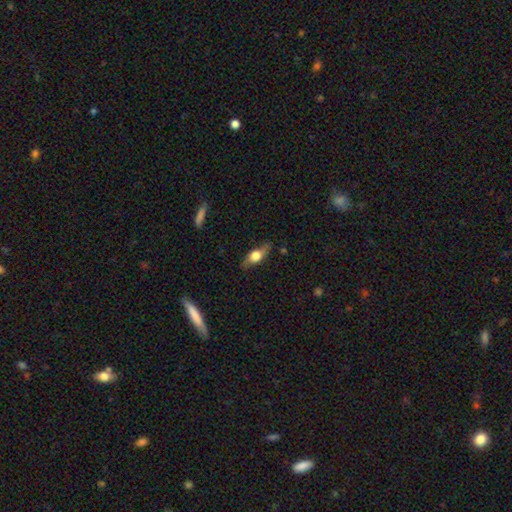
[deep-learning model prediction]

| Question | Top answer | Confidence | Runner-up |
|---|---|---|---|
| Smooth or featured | featured or disk | 49% | smooth (44%) |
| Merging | none | 79% | minor disturbance (15%) |